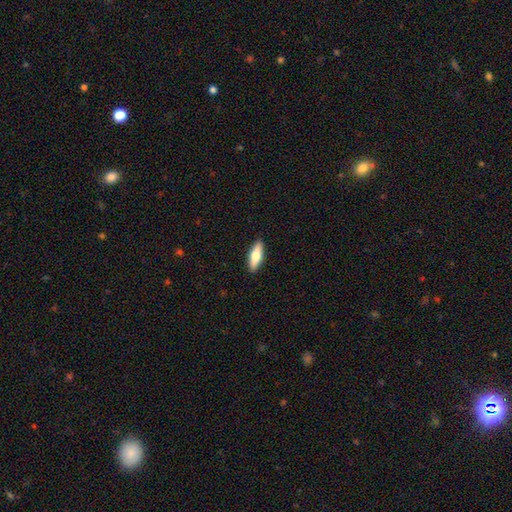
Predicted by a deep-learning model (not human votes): smooth 65%, featured or disk 30%, star or artifact 6%. Down the decision tree: how rounded — in between (49%); merging — none (90%).